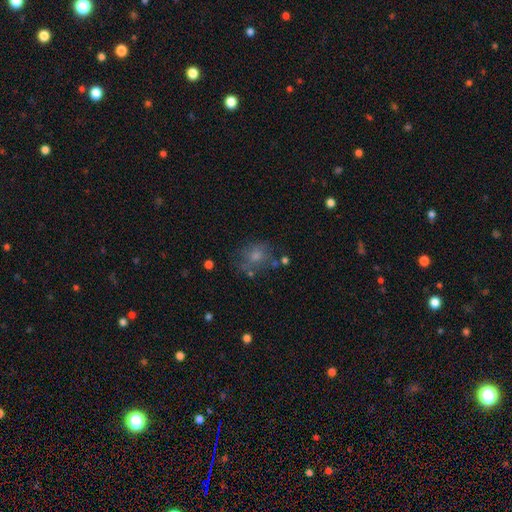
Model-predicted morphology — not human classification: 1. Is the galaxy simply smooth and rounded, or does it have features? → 66% smooth, 20% featured or disk, 13% star or artifact.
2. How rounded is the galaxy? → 59% round, 39% in between, 1% cigar-shaped.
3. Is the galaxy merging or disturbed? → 61% none, 21% minor disturbance, 12% major disturbance, 7% merger.